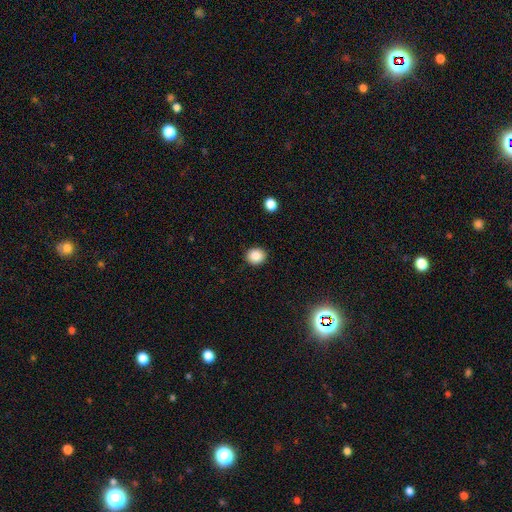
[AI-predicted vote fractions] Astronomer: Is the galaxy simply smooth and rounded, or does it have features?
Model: smooth — 86%.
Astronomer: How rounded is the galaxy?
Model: round — 78%.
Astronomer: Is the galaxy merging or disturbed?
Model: none — 91%.